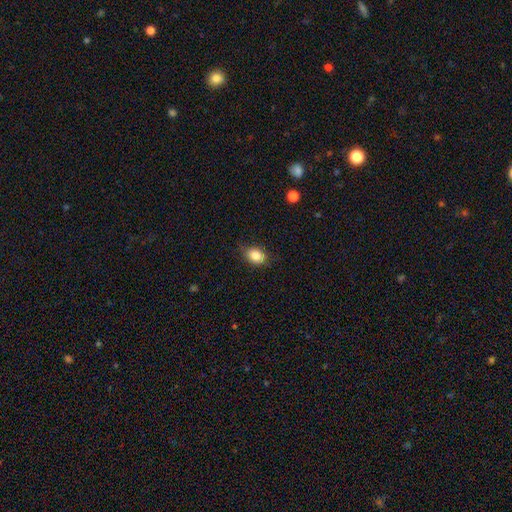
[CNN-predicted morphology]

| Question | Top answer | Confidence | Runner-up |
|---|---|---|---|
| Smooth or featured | smooth | 85% | star or artifact (8%) |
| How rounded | in between | 73% | round (25%) |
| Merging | none | 78% | minor disturbance (17%) |